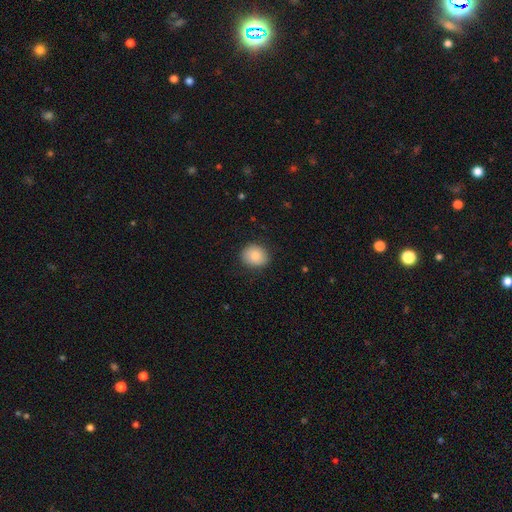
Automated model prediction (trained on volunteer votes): smooth-or-featured: smooth: 84% | star or artifact: 8% | featured or disk: 8%
  how-rounded: round: 67% | in between: 32% | cigar-shaped: 1%
  merging: none: 85% | minor disturbance: 11% | major disturbance: 3% | merger: 1%